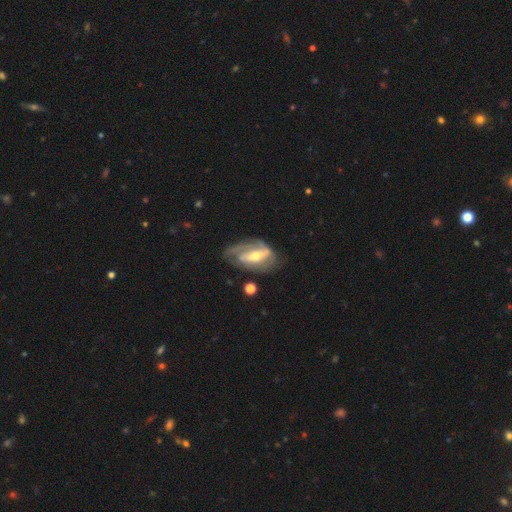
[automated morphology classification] smooth_or_featured: featured or disk (p=0.81) [alt: smooth p=0.14]
disk_edge_on: no (p=0.94) [alt: yes p=0.06]
bar: strong (p=0.49) [alt: weak p=0.33]
has_spiral_arms: yes (p=0.88) [alt: no p=0.12]
spiral_winding: medium (p=0.41) [alt: tight p=0.35]
spiral_arm_count: 2 (p=0.60) [alt: can't tell p=0.17]
bulge_size: moderate (p=0.52) [alt: small p=0.43]
merging: none (p=0.56) [alt: minor disturbance p=0.24]